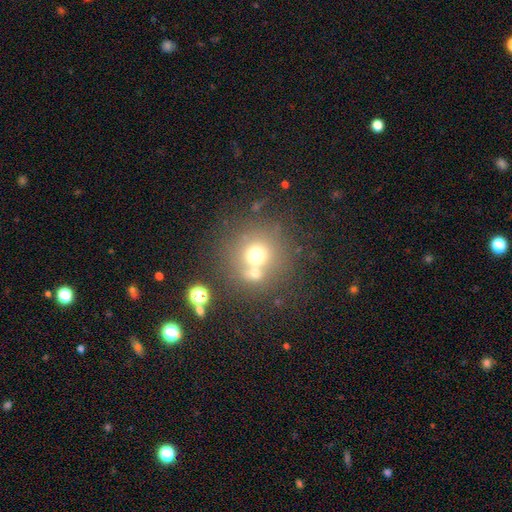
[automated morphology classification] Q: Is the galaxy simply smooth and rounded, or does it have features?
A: smooth — 66%.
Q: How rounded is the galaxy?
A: round — 90%.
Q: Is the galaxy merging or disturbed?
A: none — 53%.